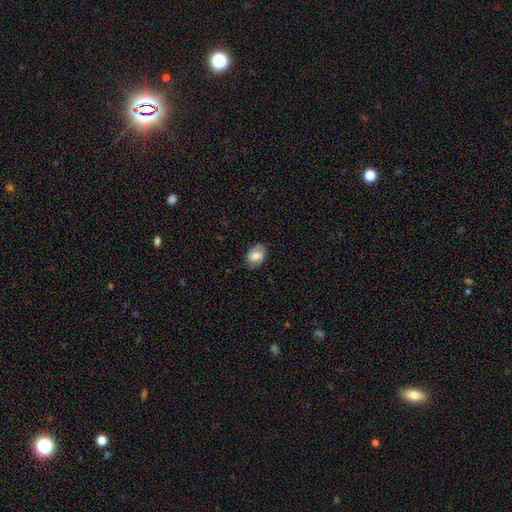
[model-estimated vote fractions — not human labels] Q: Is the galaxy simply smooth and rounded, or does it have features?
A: smooth — 73%.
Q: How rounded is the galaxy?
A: in between — 78%.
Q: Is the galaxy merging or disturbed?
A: none — 78%.